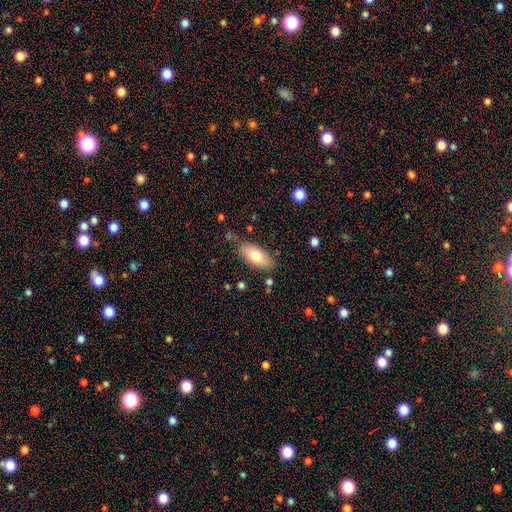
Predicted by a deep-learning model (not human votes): Smooth or featured? Predicted: smooth (p=0.75). How rounded? Predicted: in between (p=0.87). Merging? Predicted: none (p=0.79).